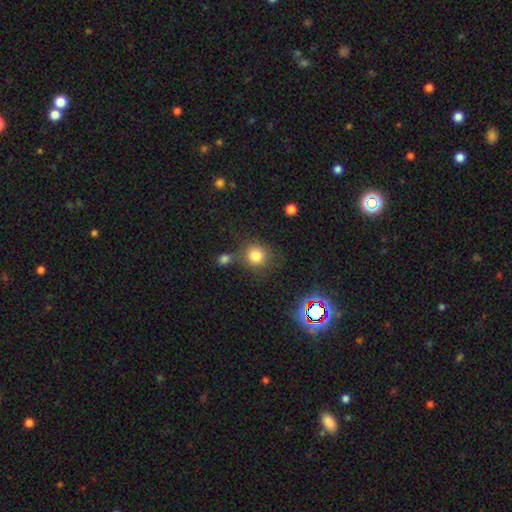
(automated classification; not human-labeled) This appears to be a smooth galaxy with no disk features (80%) that is round (89%). Merging: none (66%).